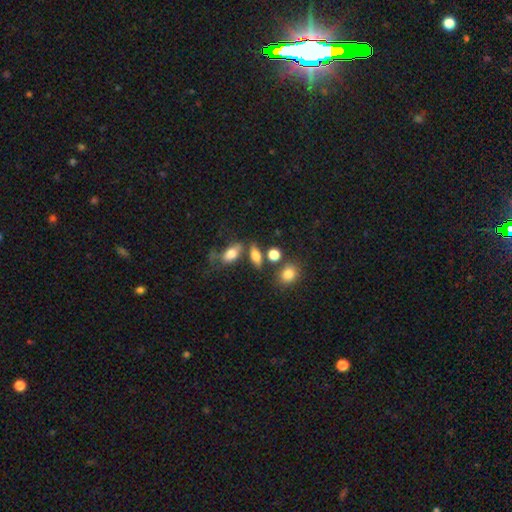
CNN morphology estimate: Smooth or featured: smooth — 73% (featured or disk — 16%)
How rounded: in between — 67% (cigar-shaped — 20%)
Merging: none — 62% (merger — 18%)